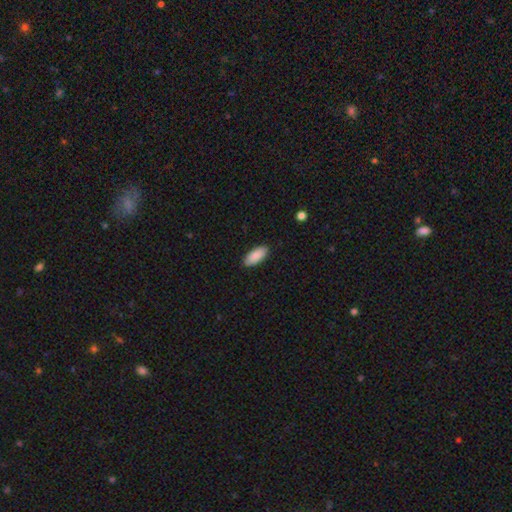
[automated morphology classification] Smooth or featured: smooth — 90% (star or artifact — 6%)
How rounded: in between — 85% (cigar-shaped — 13%)
Merging: none — 89% (minor disturbance — 9%)